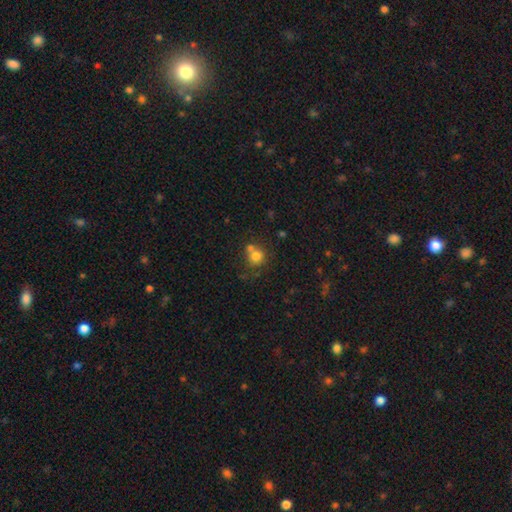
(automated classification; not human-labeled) smooth_or_featured: smooth (p=0.76) [alt: star or artifact p=0.13]
how_rounded: round (p=0.84) [alt: in between p=0.15]
merging: none (p=0.46) [alt: merger p=0.38]